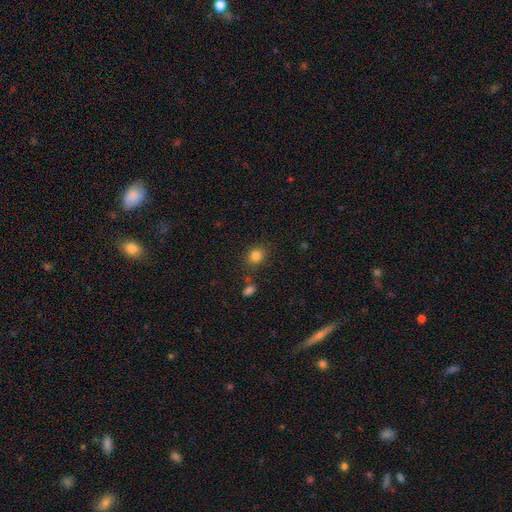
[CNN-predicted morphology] Smooth or featured? Predicted: smooth (p=0.83). How rounded? Predicted: round (p=0.69). Merging? Predicted: none (p=0.80).